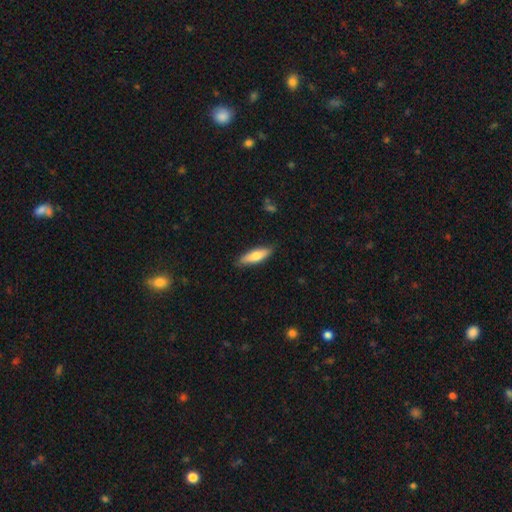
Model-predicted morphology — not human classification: Smooth or featured? Predicted: smooth (p=0.71). How rounded? Predicted: cigar-shaped (p=0.59). Merging? Predicted: none (p=0.85).